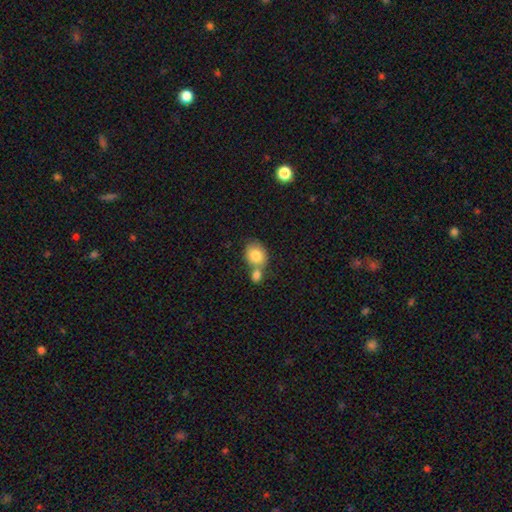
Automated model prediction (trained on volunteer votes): Q: Smooth or featured?
A: smooth (82%); runner-up: featured or disk (11%)
Q: How rounded?
A: round (54%); runner-up: in between (45%)
Q: Merging?
A: merger (50%); runner-up: none (35%)